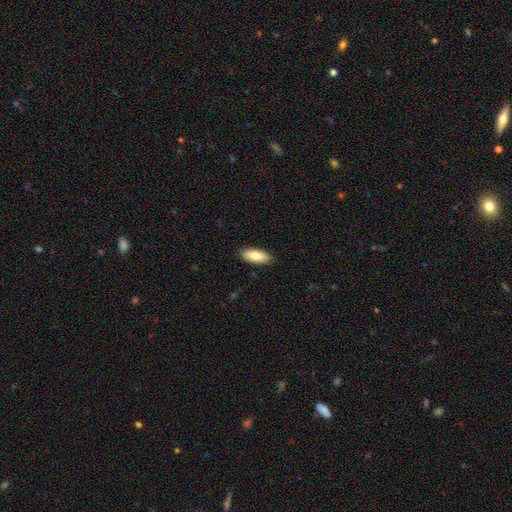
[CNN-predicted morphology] Smooth or featured: smooth — 86% (featured or disk — 8%)
How rounded: in between — 78% (cigar-shaped — 20%)
Merging: none — 89% (minor disturbance — 9%)